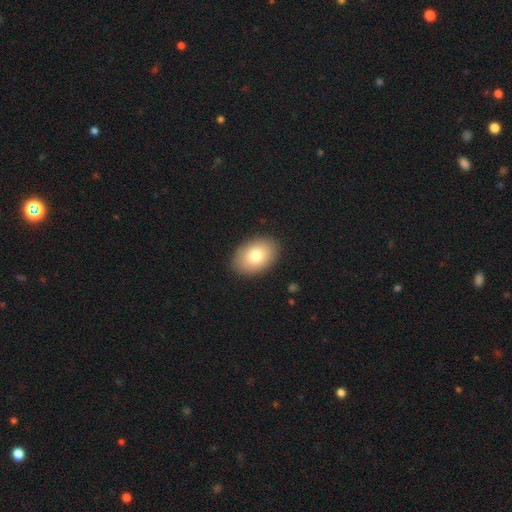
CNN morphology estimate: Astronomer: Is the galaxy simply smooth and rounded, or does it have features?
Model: smooth — 80%.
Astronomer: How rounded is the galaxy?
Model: in between — 83%.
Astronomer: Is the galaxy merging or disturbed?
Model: none — 89%.